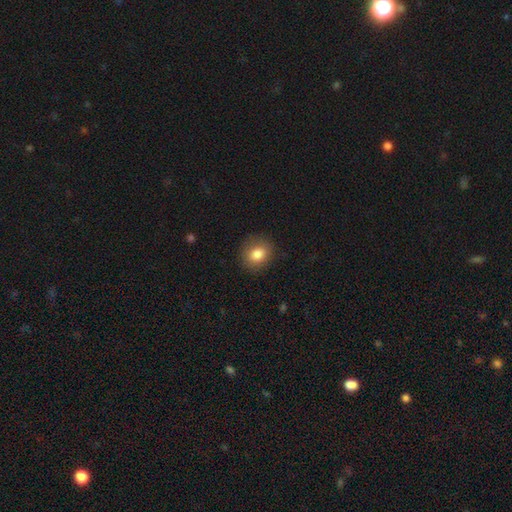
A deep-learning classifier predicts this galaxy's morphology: Smooth or featured? smooth (82%)
How rounded? round (66%)
Merging? none (87%)